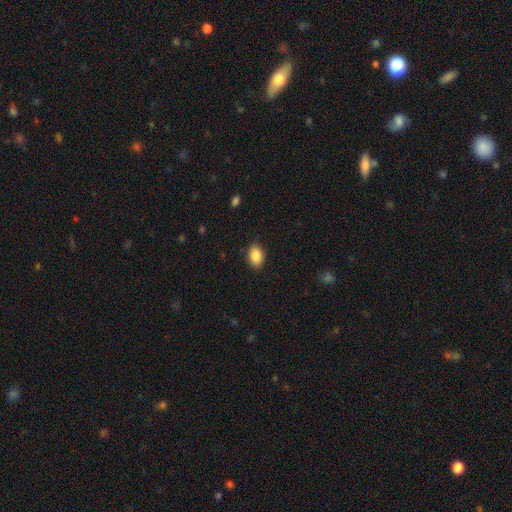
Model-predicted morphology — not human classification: Smooth or featured? Predicted: smooth (p=0.88). How rounded? Predicted: in between (p=0.86). Merging? Predicted: none (p=0.88).